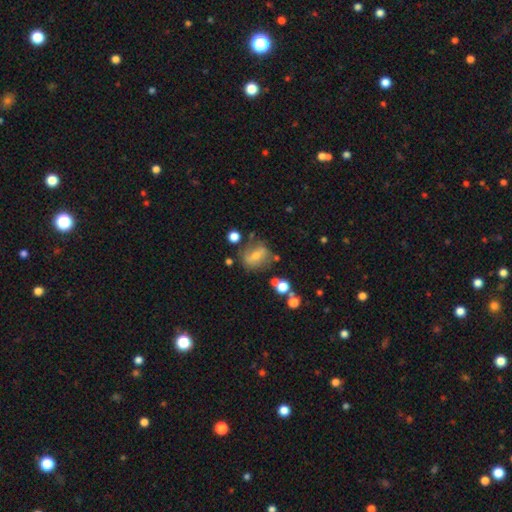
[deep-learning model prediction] A featured or disk galaxy (43%).

Vote fractions:
- Smooth or featured? featured or disk: 43% / smooth: 42% / star or artifact: 15%
- Merging? none: 65% / minor disturbance: 19% / major disturbance: 9% / merger: 7%